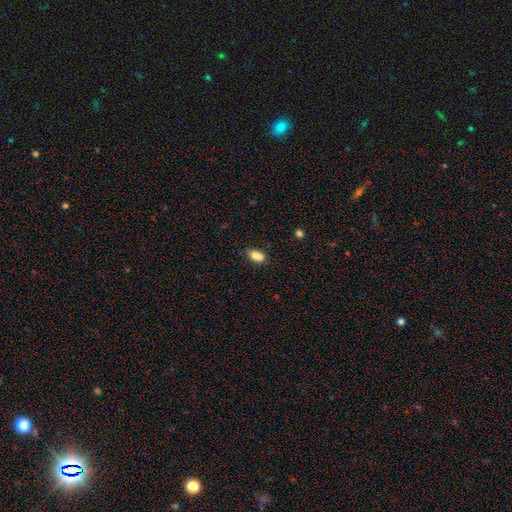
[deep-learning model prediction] A smooth galaxy with no disk features (80%) that is in between round and cigar-shaped (85%). Merging: none (57%).